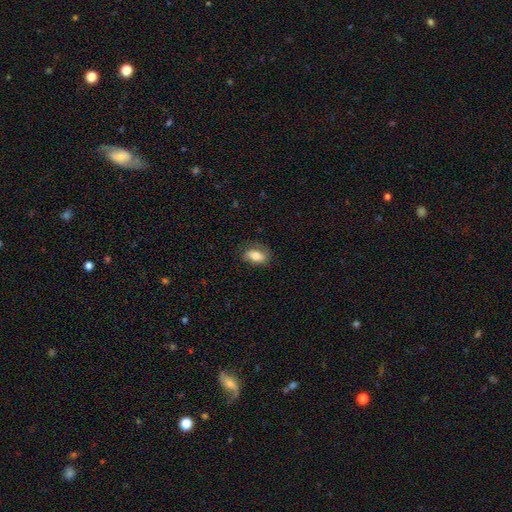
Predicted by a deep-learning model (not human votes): Overall: smooth (72%). How rounded: in between (88%). Merging: none (70%).